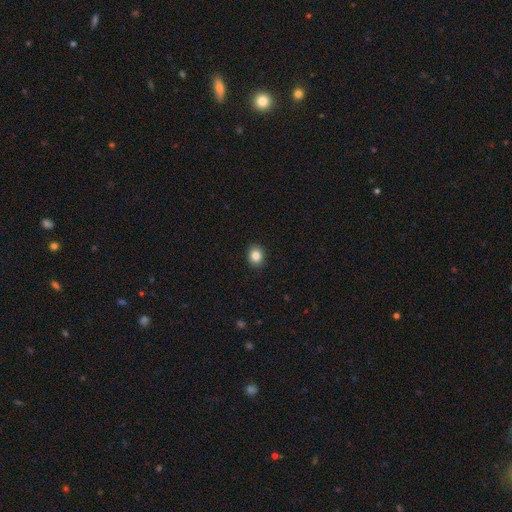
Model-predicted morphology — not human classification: A smooth galaxy with no disk features (85%) that is round (58%).

Vote fractions:
- Smooth or featured? smooth: 85% / star or artifact: 10% / featured or disk: 5%
- How rounded? round: 58% / in between: 42% / cigar-shaped: 1%
- Merging? none: 90% / minor disturbance: 7% / major disturbance: 2% / merger: 1%